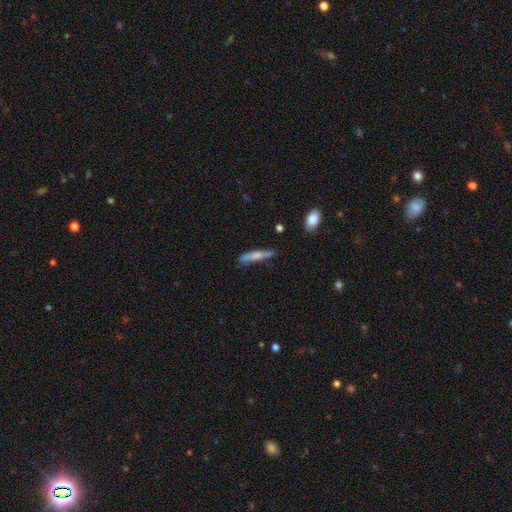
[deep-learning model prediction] smooth_or_featured: smooth (p=0.64) [alt: featured or disk p=0.30]
how_rounded: cigar-shaped (p=0.91) [alt: in between p=0.08]
merging: none (p=0.76) [alt: minor disturbance p=0.17]